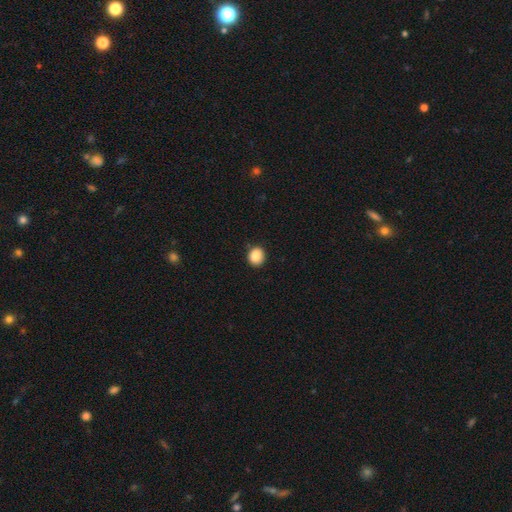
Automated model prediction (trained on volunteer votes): Smooth or featured? smooth (88%)
How rounded? round (76%)
Merging? none (87%)